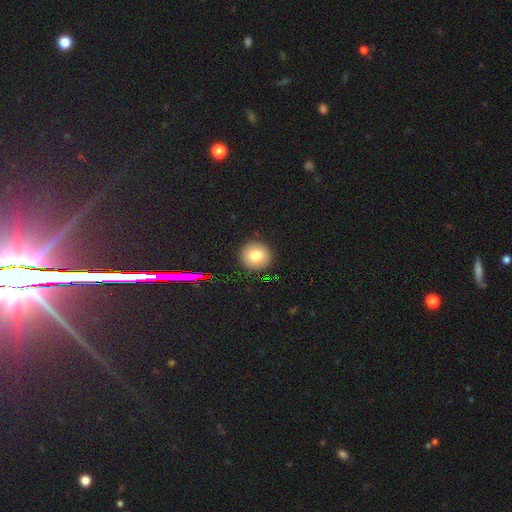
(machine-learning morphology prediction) Q: Smooth or featured?
A: smooth (79%); runner-up: star or artifact (11%)
Q: How rounded?
A: round (92%); runner-up: in between (7%)
Q: Merging?
A: none (91%); runner-up: minor disturbance (6%)